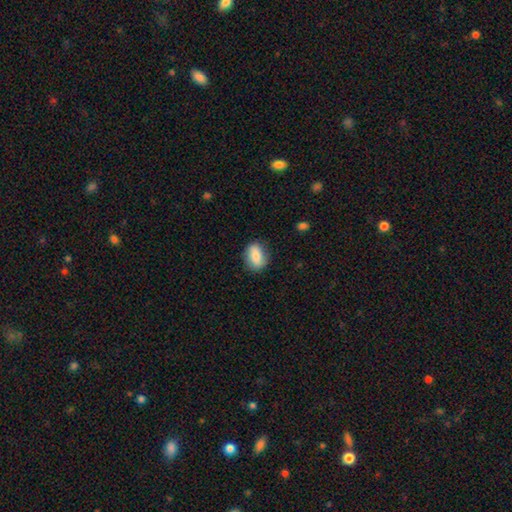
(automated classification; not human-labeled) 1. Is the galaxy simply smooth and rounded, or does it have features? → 81% smooth, 12% featured or disk, 7% star or artifact.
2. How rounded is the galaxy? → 77% in between, 20% round, 3% cigar-shaped.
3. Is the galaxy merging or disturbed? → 79% none, 16% minor disturbance, 4% major disturbance, 1% merger.